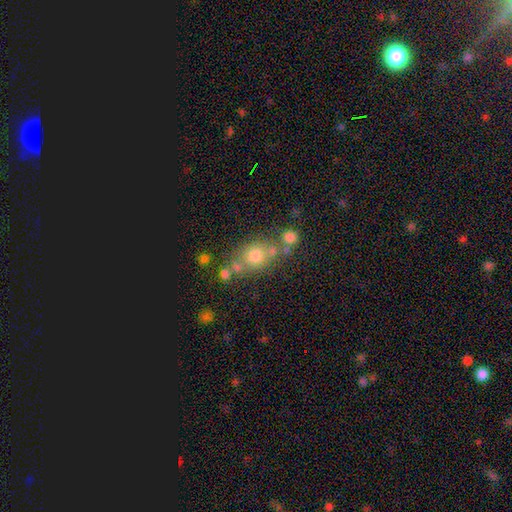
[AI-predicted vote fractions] smooth 68%, featured or disk 17%, star or artifact 16%. Down the decision tree: how rounded — round (63%); merging — none (57%).